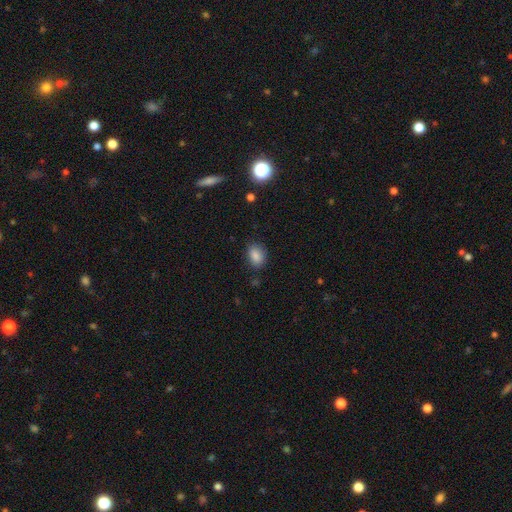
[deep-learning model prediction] The model was most divided on "how rounded": in between: 75%, round: 23%, cigar-shaped: 1%. More confident: smooth or featured — smooth (86%); merging — none (82%).